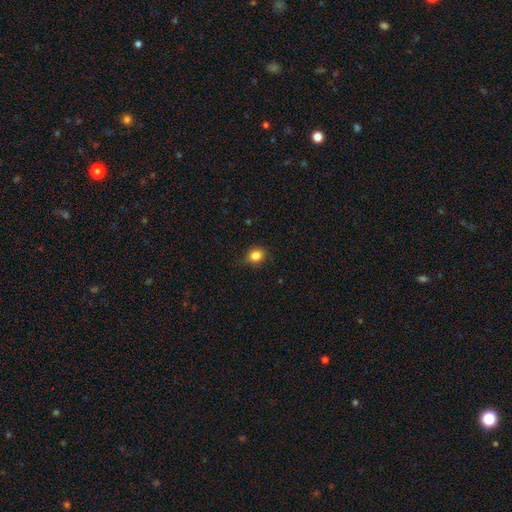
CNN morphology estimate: type=smooth (83%); roundness=round (74%); merging=none (77%).